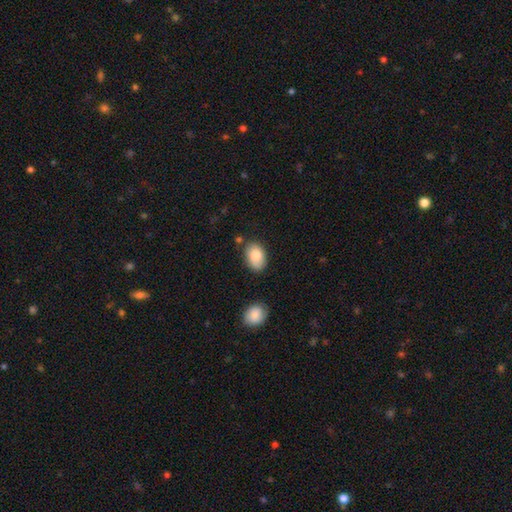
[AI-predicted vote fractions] A smooth galaxy with no disk features (83%) that is in between round and cigar-shaped (85%).

Vote fractions:
- Smooth or featured? smooth: 83% / featured or disk: 10% / star or artifact: 7%
- How rounded? in between: 85% / round: 13% / cigar-shaped: 1%
- Merging? none: 72% / minor disturbance: 19% / merger: 5% / major disturbance: 4%